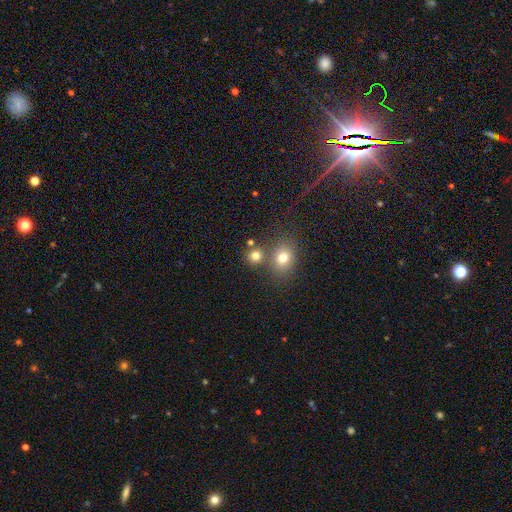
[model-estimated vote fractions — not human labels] Morphology: type=smooth (76%); roundness=round (81%); merging=none (66%).